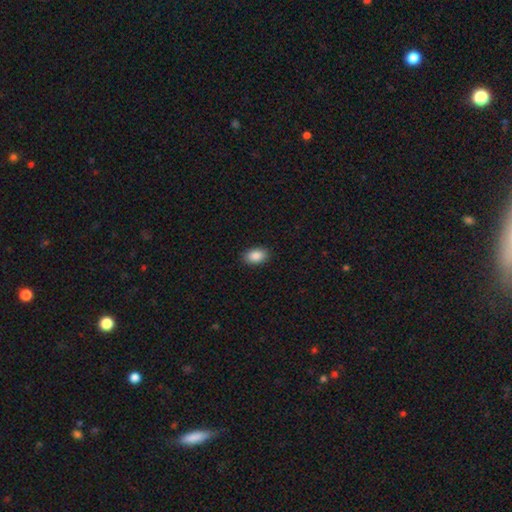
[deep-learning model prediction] Smooth or featured? Predicted: smooth (p=0.88). How rounded? Predicted: in between (p=0.89). Merging? Predicted: none (p=0.89).